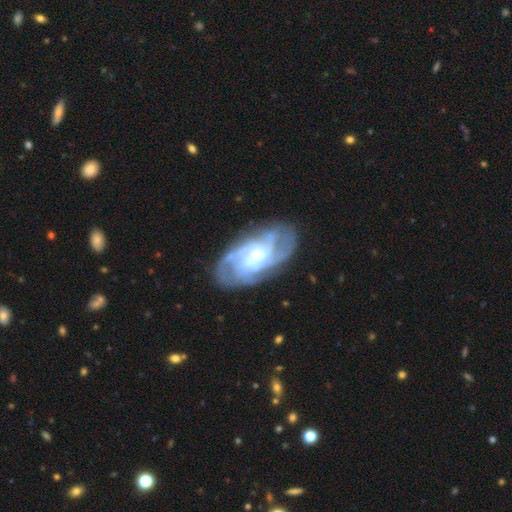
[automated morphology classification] smooth-or-featured: featured or disk: 86% | smooth: 9% | star or artifact: 5%
  disk-edge-on: no: 95% | yes: 5%
    bar: weak: 46% | no: 40% | strong: 14%
    has-spiral-arms: yes: 96% | no: 4%
      spiral-winding: tight: 49% | medium: 40% | loose: 10%
      spiral-arm-count: 3: 29% | 4: 24% | can't tell: 23% | 2: 13% | more than 4: 6% | 1: 5%
    bulge-size: moderate: 55% | small: 33% | large: 8% | none: 3% | dominant: 1%
  merging: none: 76% | minor disturbance: 16% | major disturbance: 7% | merger: 1%